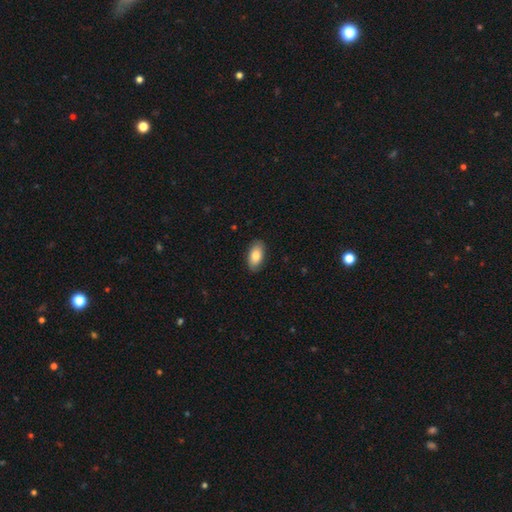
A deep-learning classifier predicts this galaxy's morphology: Smooth or featured? smooth (81%)
How rounded? in between (94%)
Merging? none (87%)